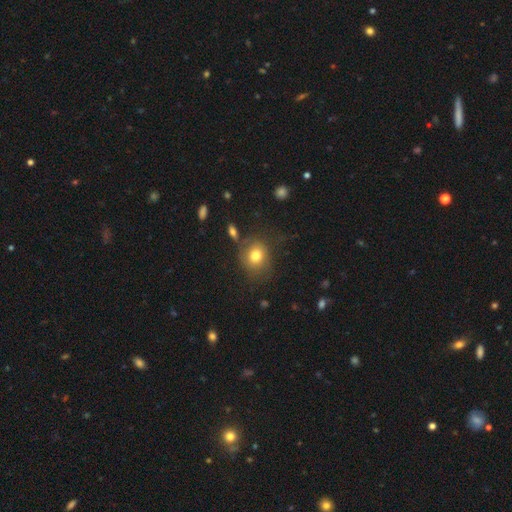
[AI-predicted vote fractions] Q: Smooth or featured?
A: smooth (76%); runner-up: featured or disk (12%)
Q: How rounded?
A: round (72%); runner-up: in between (27%)
Q: Merging?
A: none (67%); runner-up: minor disturbance (18%)